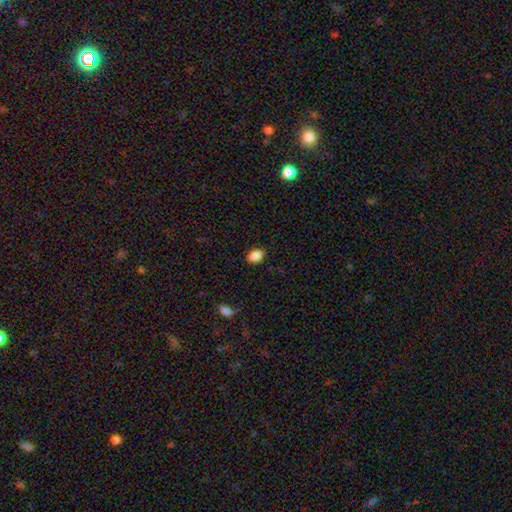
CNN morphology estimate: A smooth galaxy with no disk features (88%) that is in between round and cigar-shaped (86%).

Vote fractions:
- Smooth or featured? smooth: 88% / star or artifact: 8% / featured or disk: 3%
- How rounded? in between: 86% / round: 13% / cigar-shaped: 2%
- Merging? none: 87% / minor disturbance: 9% / major disturbance: 2% / merger: 1%